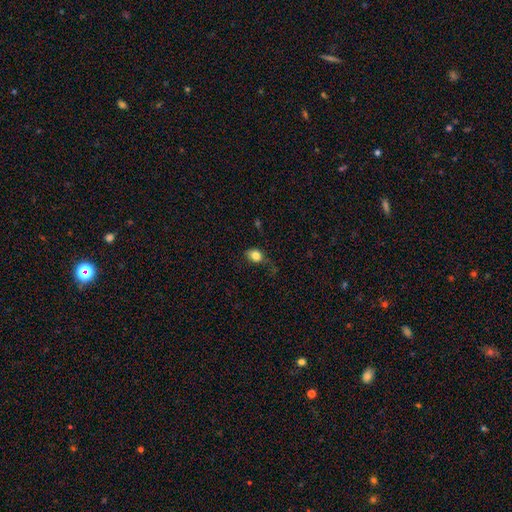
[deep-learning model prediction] Overall: smooth (82%). How rounded: in between (59%; round 39%). Merging: none (53%; minor disturbance 30%).